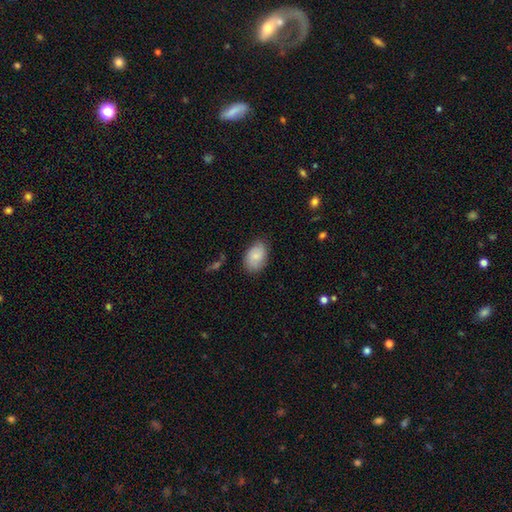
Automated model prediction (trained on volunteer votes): A smooth galaxy with no disk features (82%) that is in between round and cigar-shaped (88%). Merging: none (77%).